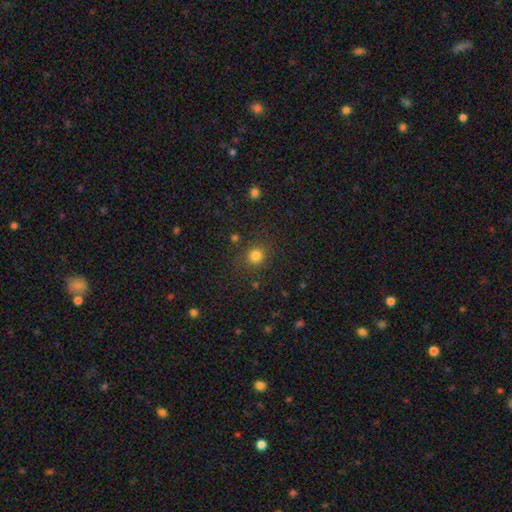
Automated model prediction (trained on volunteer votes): smooth-or-featured: smooth: 82% | star or artifact: 14% | featured or disk: 5%
  how-rounded: round: 88% | in between: 11% | cigar-shaped: 1%
  merging: none: 85% | minor disturbance: 9% | major disturbance: 4% | merger: 3%